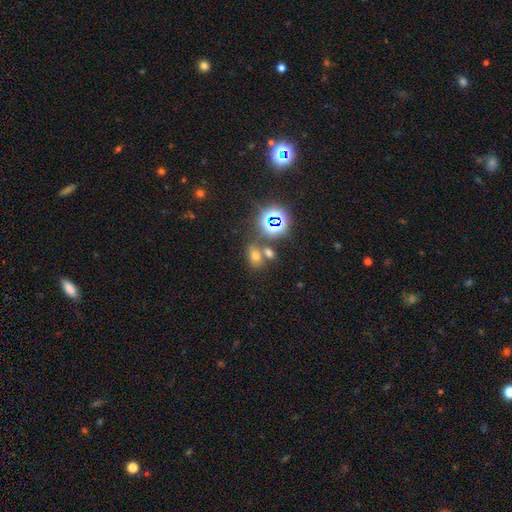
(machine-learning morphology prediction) Q: Smooth or featured?
A: smooth (59%); runner-up: star or artifact (30%)
Q: How rounded?
A: in between (73%); runner-up: round (24%)
Q: Merging?
A: none (55%); runner-up: merger (29%)